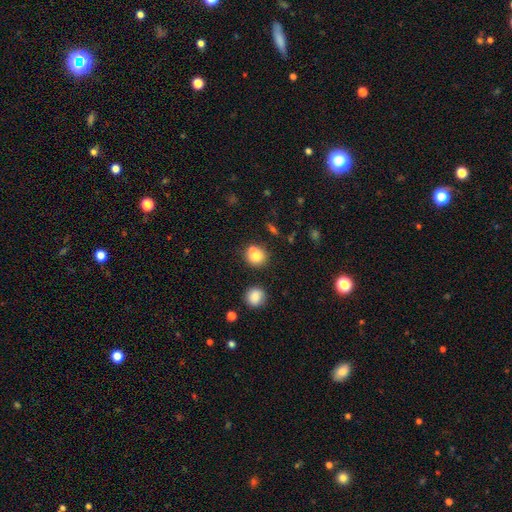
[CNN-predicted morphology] A smooth galaxy with no disk features (74%) that is round (85%).

Vote fractions:
- Smooth or featured? smooth: 74% / featured or disk: 14% / star or artifact: 12%
- How rounded? round: 85% / in between: 14% / cigar-shaped: 1%
- Merging? none: 52% / merger: 36% / minor disturbance: 9% / major disturbance: 3%